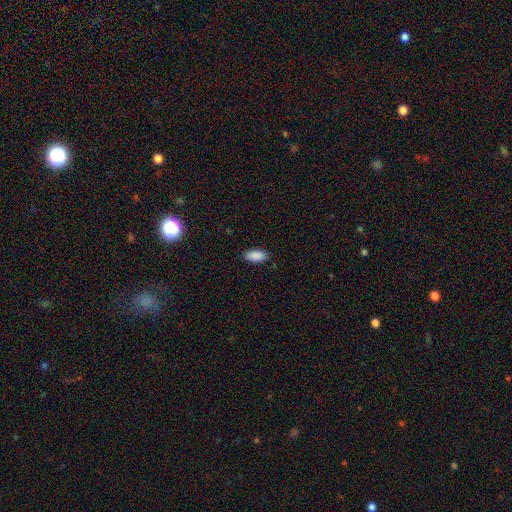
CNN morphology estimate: Overall: smooth (89%). How rounded: in between (89%). Merging: none (88%).